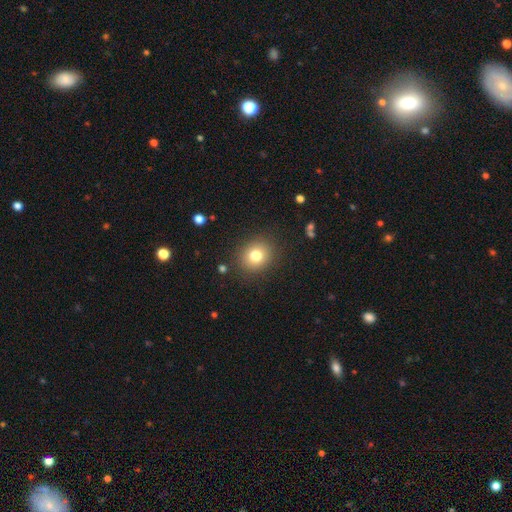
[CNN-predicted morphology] Smooth or featured: smooth — 79% (star or artifact — 12%)
How rounded: round — 78% (in between — 21%)
Merging: none — 87% (minor disturbance — 8%)